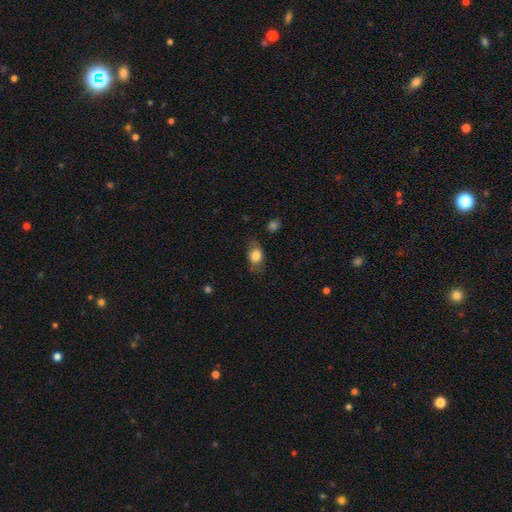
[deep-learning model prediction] Morphology: type=smooth (75%); roundness=in between (78%); merging=none (69%).